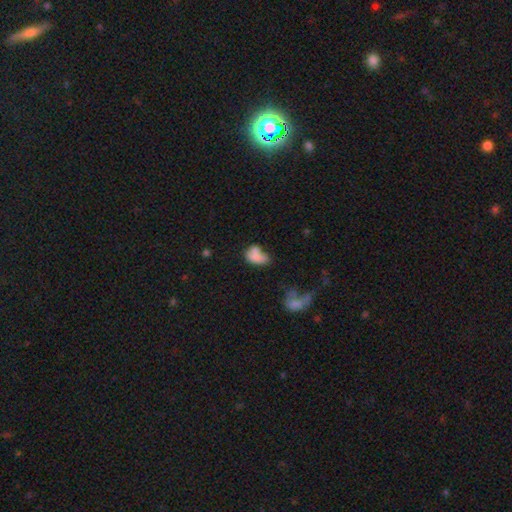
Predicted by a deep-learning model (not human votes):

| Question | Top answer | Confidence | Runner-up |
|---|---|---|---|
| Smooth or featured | smooth | 69% | featured or disk (20%) |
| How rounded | in between | 84% | round (14%) |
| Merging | merger | 35% | none (27%) |